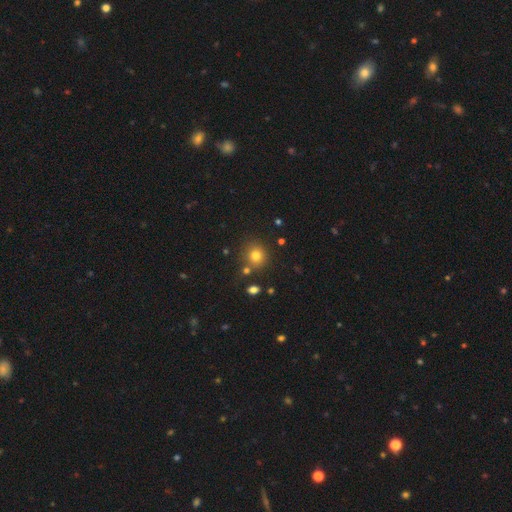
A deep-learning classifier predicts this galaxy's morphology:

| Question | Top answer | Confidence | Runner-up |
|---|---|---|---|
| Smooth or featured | smooth | 78% | star or artifact (14%) |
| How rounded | round | 87% | in between (13%) |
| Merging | none | 78% | minor disturbance (10%) |